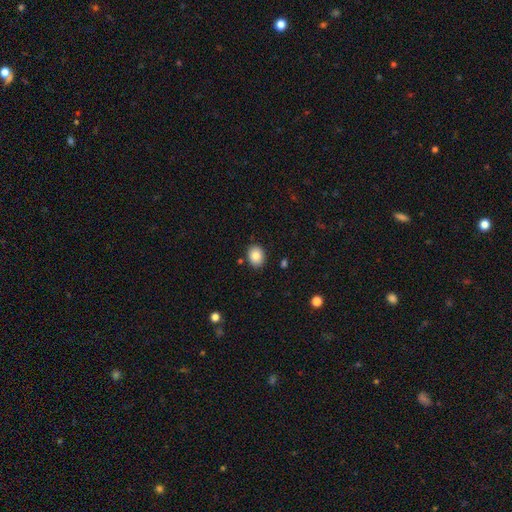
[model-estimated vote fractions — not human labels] This is clearly a smooth galaxy (83%). How rounded: possibly in between (53%). Merging: clearly none (87%).